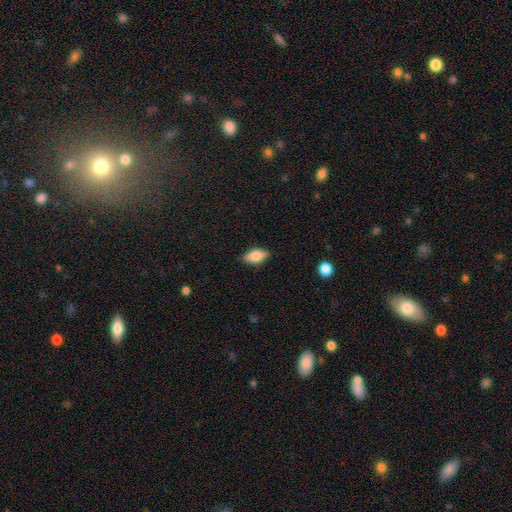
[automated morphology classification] Q: Smooth or featured?
A: smooth (69%); runner-up: featured or disk (23%)
Q: How rounded?
A: in between (84%); runner-up: cigar-shaped (11%)
Q: Merging?
A: none (84%); runner-up: minor disturbance (13%)